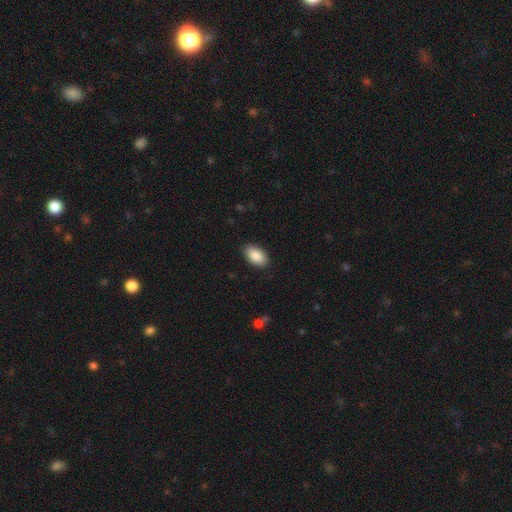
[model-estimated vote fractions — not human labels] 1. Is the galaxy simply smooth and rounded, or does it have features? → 89% smooth, 6% star or artifact, 4% featured or disk.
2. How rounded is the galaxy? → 94% in between, 4% round, 2% cigar-shaped.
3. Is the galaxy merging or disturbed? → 89% none, 9% minor disturbance, 2% major disturbance, 1% merger.